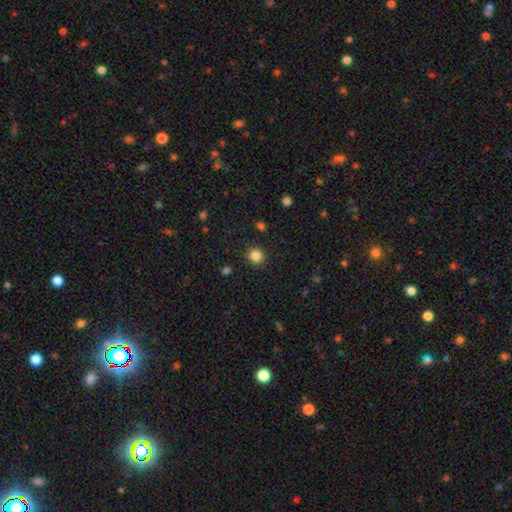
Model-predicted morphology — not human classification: smooth-or-featured: smooth: 85% | star or artifact: 11% | featured or disk: 4%
  how-rounded: round: 89% | in between: 10% | cigar-shaped: 1%
  merging: none: 91% | minor disturbance: 6% | major disturbance: 2% | merger: 1%